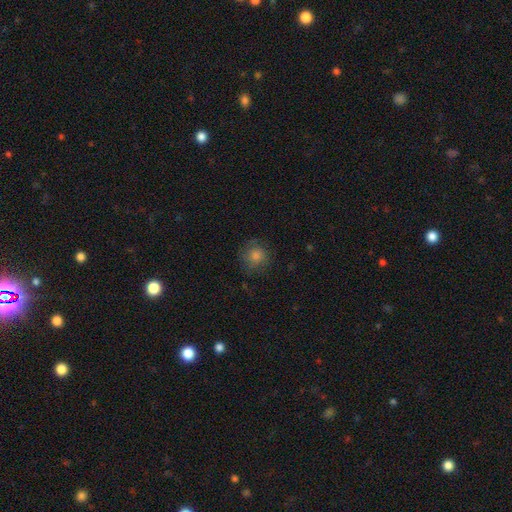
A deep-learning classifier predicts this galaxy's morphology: The model was most divided on "smooth or featured": smooth: 72%, star or artifact: 15%, featured or disk: 14%. More confident: how rounded — round (90%); merging — none (77%).